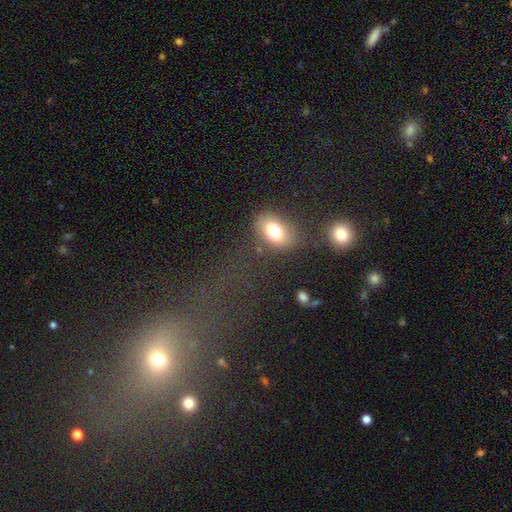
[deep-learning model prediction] Smooth or featured?
  - smooth: 64% *
  - star or artifact: 22%
  - featured or disk: 14%
How rounded?
  - in between: 72% *
  - round: 24%
  - cigar-shaped: 4%
Merging?
  - none: 49% *
  - merger: 20%
  - minor disturbance: 16%
  - major disturbance: 15%